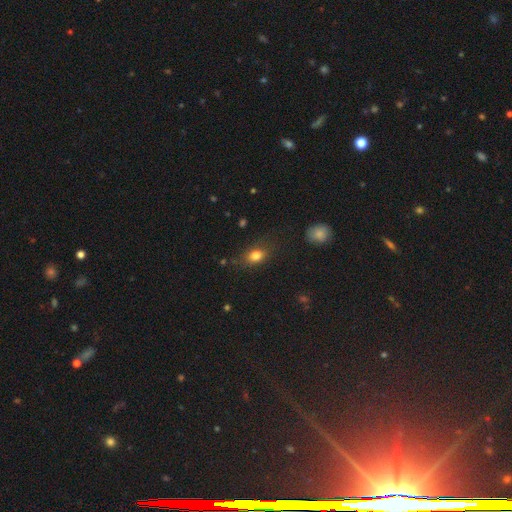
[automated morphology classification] smooth 82%, star or artifact 10%, featured or disk 8%. Down the decision tree: how rounded — in between (72%); merging — none (76%).